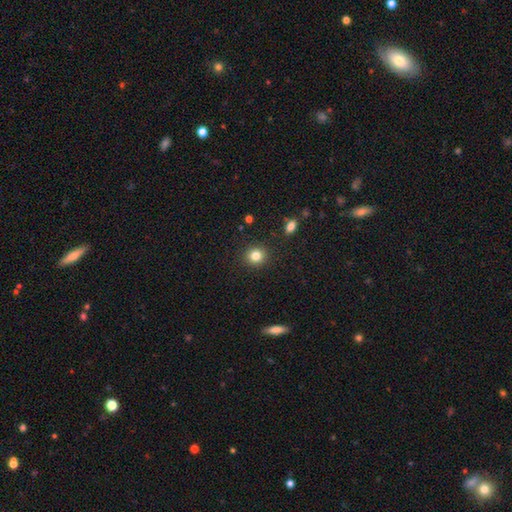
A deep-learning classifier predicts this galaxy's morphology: Overall: smooth (82%). How rounded: round (87%). Merging: none (91%).